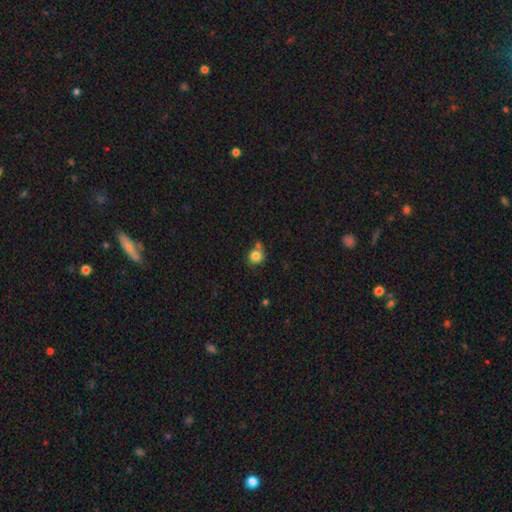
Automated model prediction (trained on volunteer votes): smooth 82%, star or artifact 11%, featured or disk 7%. Down the decision tree: how rounded — round (89%); merging — none (62%).